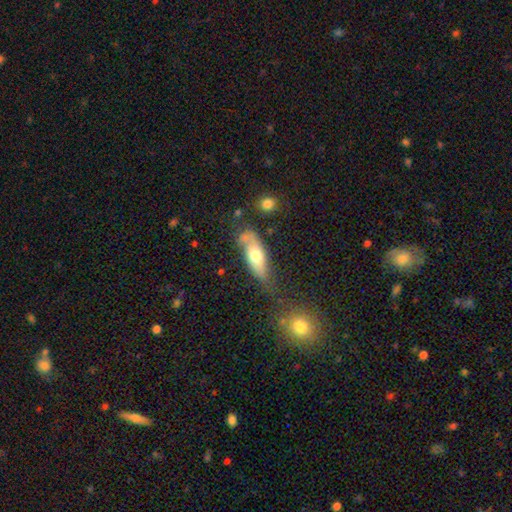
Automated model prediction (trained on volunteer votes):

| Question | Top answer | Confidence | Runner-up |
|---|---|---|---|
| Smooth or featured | smooth | 57% | featured or disk (36%) |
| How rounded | in between | 65% | cigar-shaped (31%) |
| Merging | none | 50% | minor disturbance (29%) |